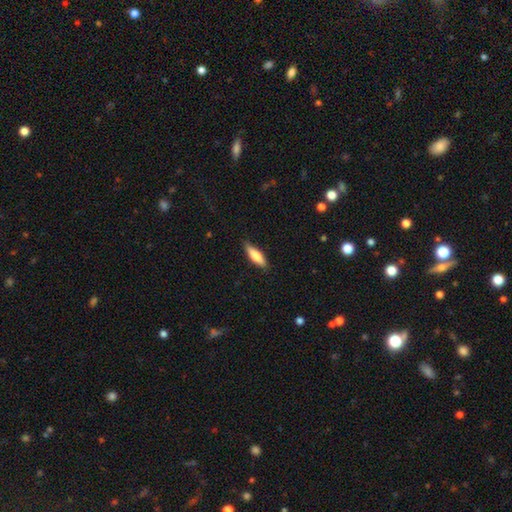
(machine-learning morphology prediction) smooth-or-featured: smooth: 74% | featured or disk: 20% | star or artifact: 6%
  how-rounded: cigar-shaped: 56% | in between: 42% | round: 2%
  merging: none: 84% | minor disturbance: 13% | major disturbance: 2% | merger: 1%